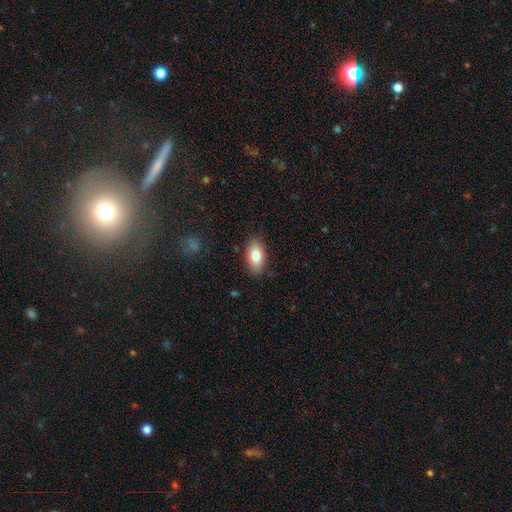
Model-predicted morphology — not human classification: Overall: smooth (84%). How rounded: in between (93%). Merging: none (85%).